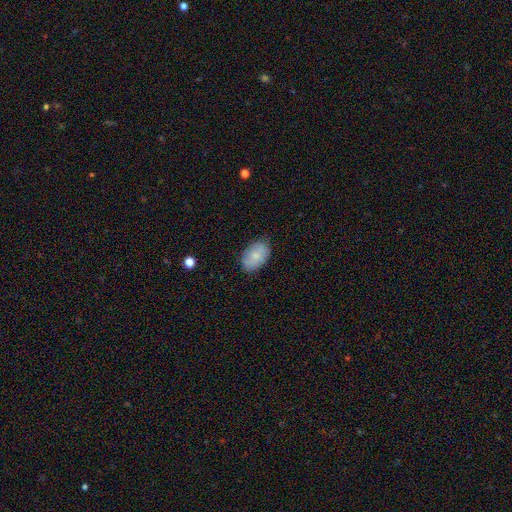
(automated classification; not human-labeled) Overall: smooth (77%). How rounded: in between (89%). Merging: none (78%).